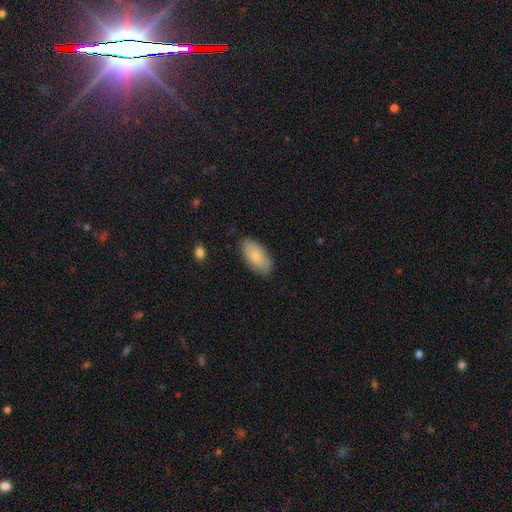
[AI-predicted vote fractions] Smooth or featured? smooth (80%)
How rounded? in between (94%)
Merging? none (83%)